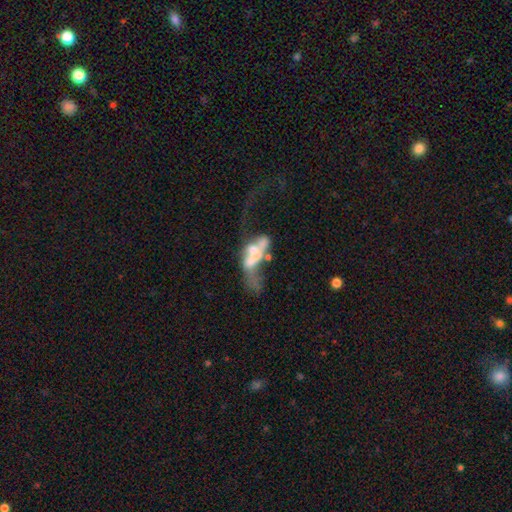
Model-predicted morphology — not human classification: Smooth or featured? Predicted: featured or disk (p=0.59). Edge-on disk? Predicted: no (p=0.92). Bar? Predicted: no (p=0.81). Spiral arms? Predicted: no (p=0.86). Bulge size? Predicted: none (p=0.39). Merging? Predicted: merger (p=0.52).